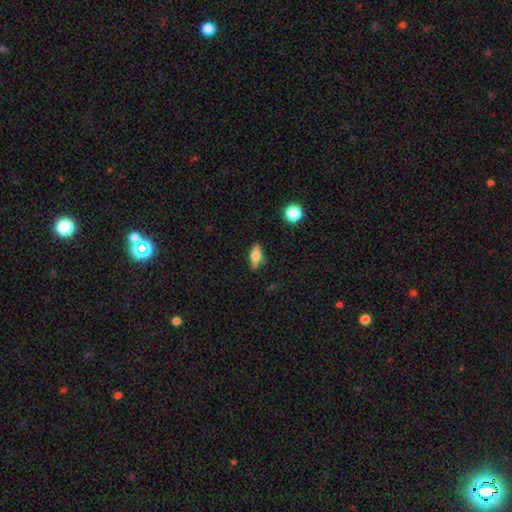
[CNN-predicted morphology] Smooth or featured?
  - smooth: 58% *
  - featured or disk: 33%
  - star or artifact: 9%
How rounded?
  - in between: 68% *
  - cigar-shaped: 26%
  - round: 6%
Merging?
  - none: 77% *
  - minor disturbance: 16%
  - major disturbance: 4%
  - merger: 2%